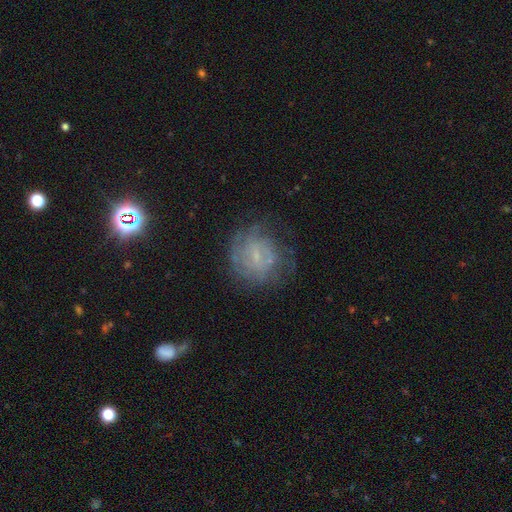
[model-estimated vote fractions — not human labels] The model was most divided on "bar" (2-way tie): no: 45%, weak: 45%, strong: 10%. More confident: edge-on disk — no (97%); spiral arms — yes (68%); bulge size — small (66%); merging — none (63%); smooth or featured — featured or disk (59%).